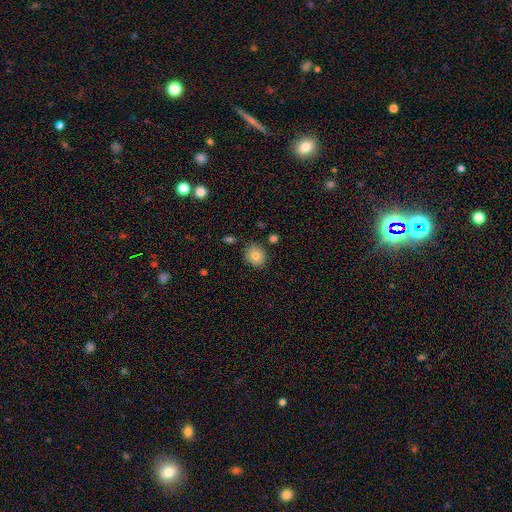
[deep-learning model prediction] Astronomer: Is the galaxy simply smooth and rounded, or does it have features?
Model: smooth — 78%.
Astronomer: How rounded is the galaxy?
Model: round — 81%.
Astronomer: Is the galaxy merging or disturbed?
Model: none — 82%.